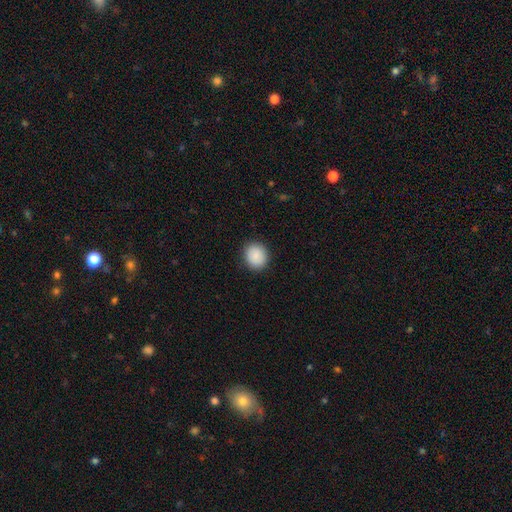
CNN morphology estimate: type=smooth (89%); roundness=round (79%); merging=none (91%).